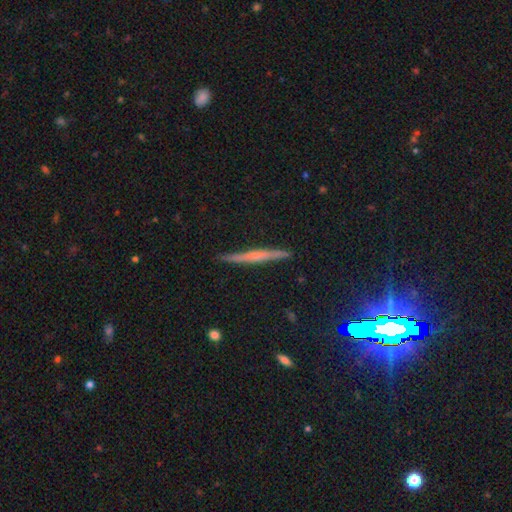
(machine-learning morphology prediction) This is possibly a featured or disk galaxy (58%). It is clearly viewed edge-on (97%). Edge-on bulge: possibly none (47%). Merging: clearly none (89%).